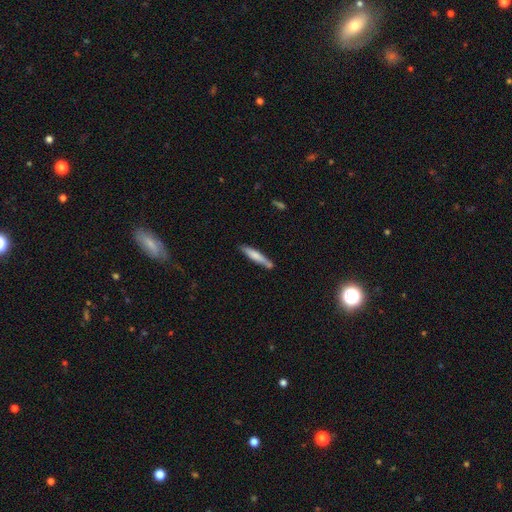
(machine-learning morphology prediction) smooth 69%, featured or disk 26%, star or artifact 5%. Down the decision tree: how rounded — cigar-shaped (91%); merging — none (74%).